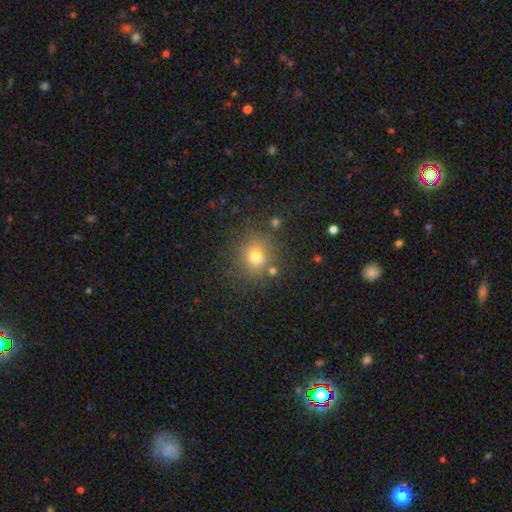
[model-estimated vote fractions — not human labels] Smooth or featured? smooth (71%)
How rounded? round (86%)
Merging? none (79%)